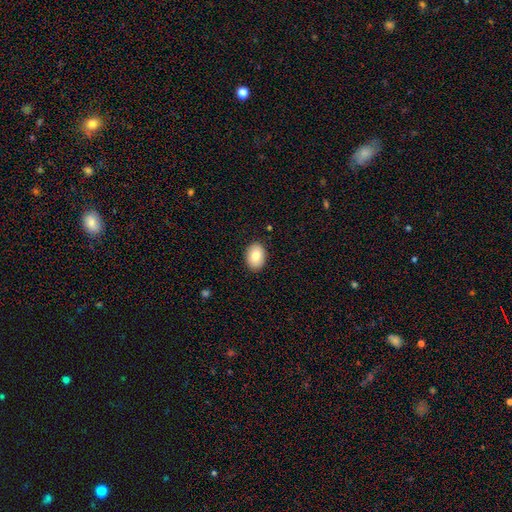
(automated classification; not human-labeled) A smooth galaxy with no disk features (82%) that is in between round and cigar-shaped (78%). Merging: none (90%).